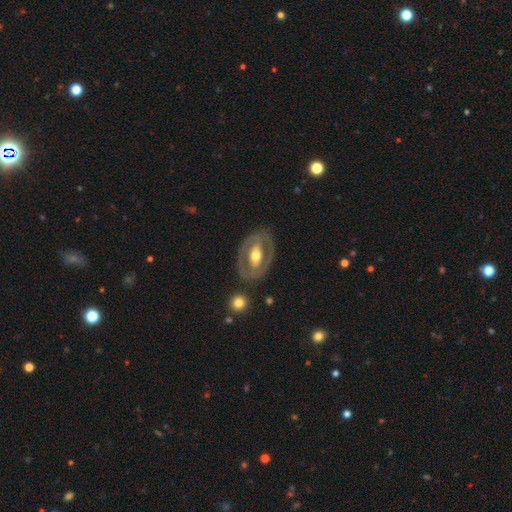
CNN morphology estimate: Smooth or featured: featured or disk — 70% (smooth — 25%)
Edge-on disk: no — 92% (yes — 8%)
Bar: no — 38% (strong — 36%)
Spiral arms: no — 68% (yes — 32%)
Bulge size: moderate — 70% (large — 16%)
Merging: none — 77% (minor disturbance — 14%)